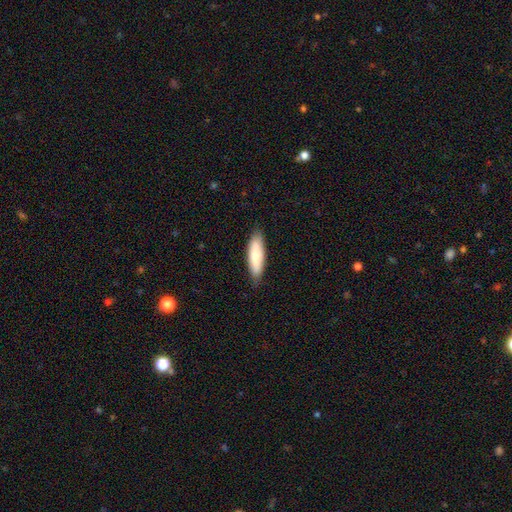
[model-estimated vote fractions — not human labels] Overall: smooth (77%). How rounded: cigar-shaped (54%; in between 44%). Merging: none (84%).